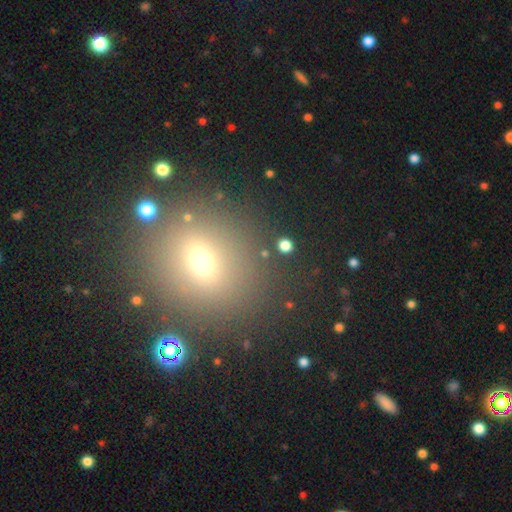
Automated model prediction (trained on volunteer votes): smooth 56%, star or artifact 28%, featured or disk 15%. Down the decision tree: how rounded — round (65%); merging — none (84%).